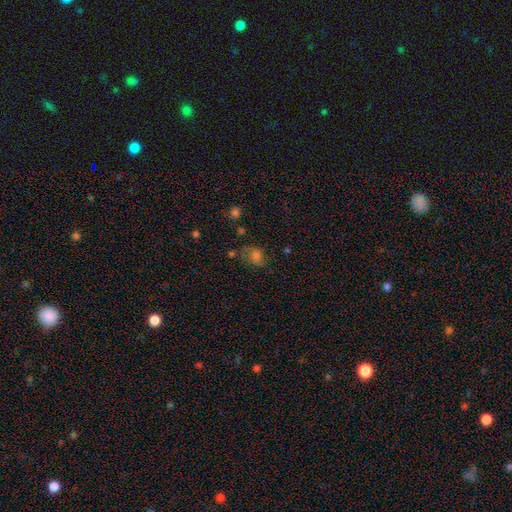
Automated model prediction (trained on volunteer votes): Smooth or featured?
  - smooth: 66% *
  - star or artifact: 19%
  - featured or disk: 15%
How rounded?
  - in between: 53% *
  - round: 45%
  - cigar-shaped: 1%
Merging?
  - none: 52% *
  - minor disturbance: 27%
  - major disturbance: 15%
  - merger: 6%